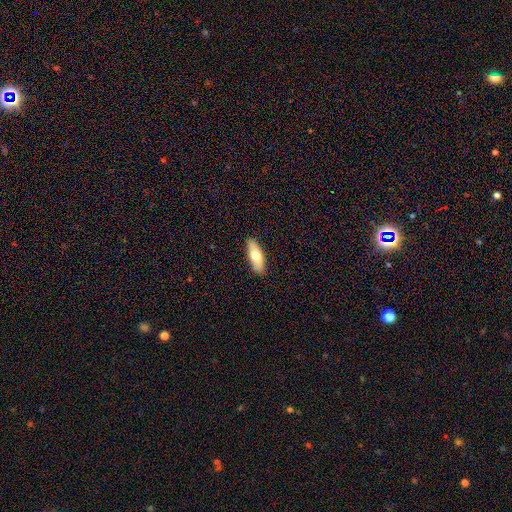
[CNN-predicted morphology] type=smooth (65%); roundness=in between (69%); merging=none (85%).